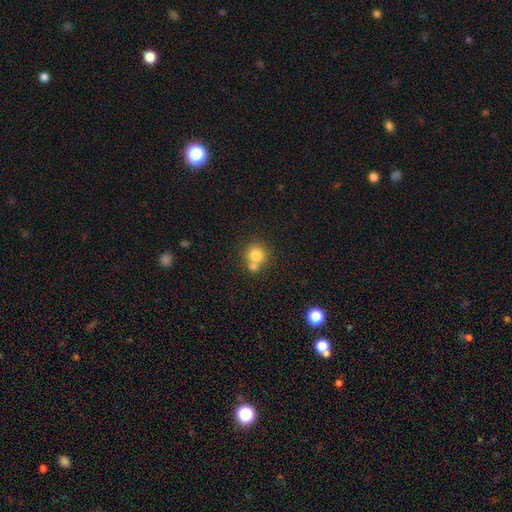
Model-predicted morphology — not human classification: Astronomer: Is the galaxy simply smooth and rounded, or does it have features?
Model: smooth — 79%.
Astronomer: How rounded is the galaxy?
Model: round — 88%.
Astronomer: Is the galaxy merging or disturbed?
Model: none — 49% (runner-up: merger, 41%).